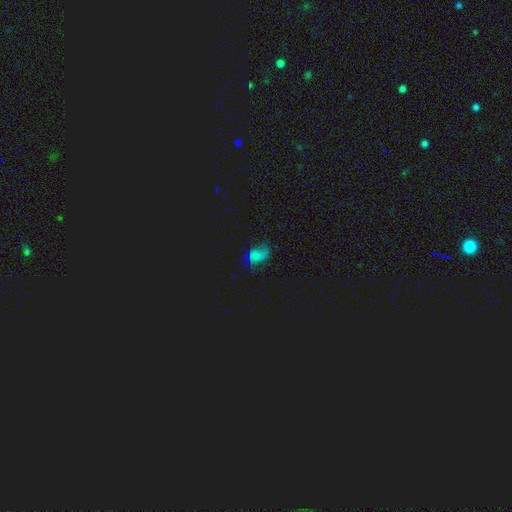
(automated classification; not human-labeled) This is marginally a smooth galaxy (40%). Merging: possibly none (49%).